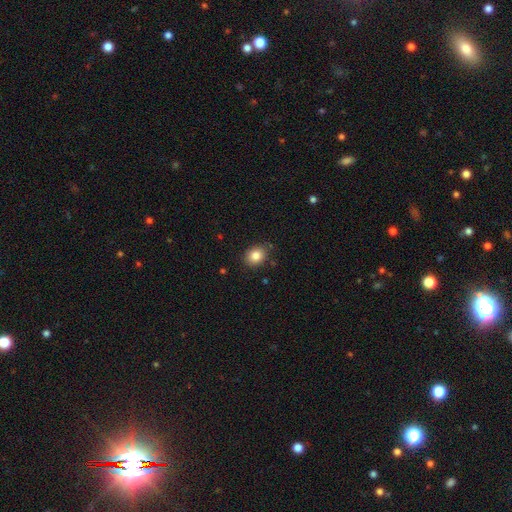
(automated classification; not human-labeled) Smooth or featured: smooth — 85% (star or artifact — 9%)
How rounded: round — 52% (in between — 47%)
Merging: none — 85% (minor disturbance — 11%)